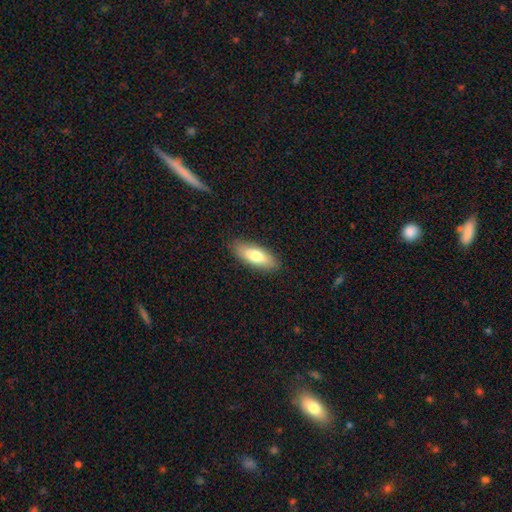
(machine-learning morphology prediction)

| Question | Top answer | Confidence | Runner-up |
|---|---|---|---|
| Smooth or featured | smooth | 75% | featured or disk (19%) |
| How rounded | in between | 71% | cigar-shaped (27%) |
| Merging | none | 88% | minor disturbance (9%) |